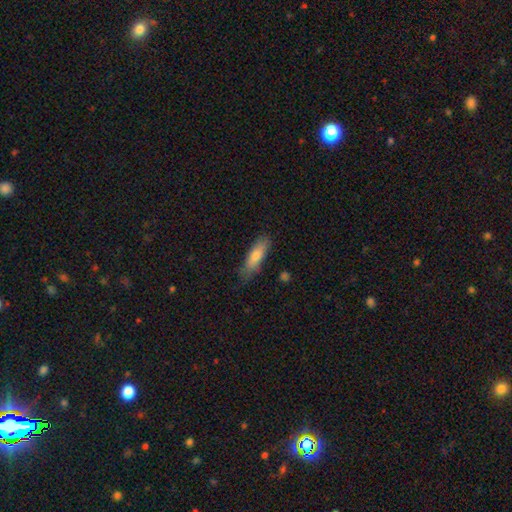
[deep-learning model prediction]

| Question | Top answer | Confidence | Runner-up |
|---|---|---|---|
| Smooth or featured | smooth | 75% | featured or disk (19%) |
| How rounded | cigar-shaped | 58% | in between (40%) |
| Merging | none | 76% | minor disturbance (19%) |